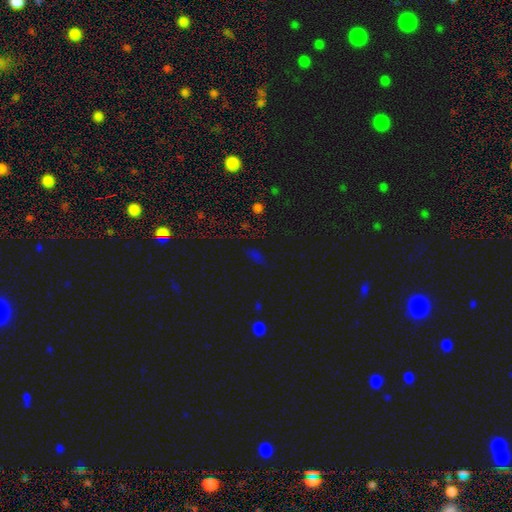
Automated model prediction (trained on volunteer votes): Smooth or featured: star or artifact — 48% (smooth — 43%)